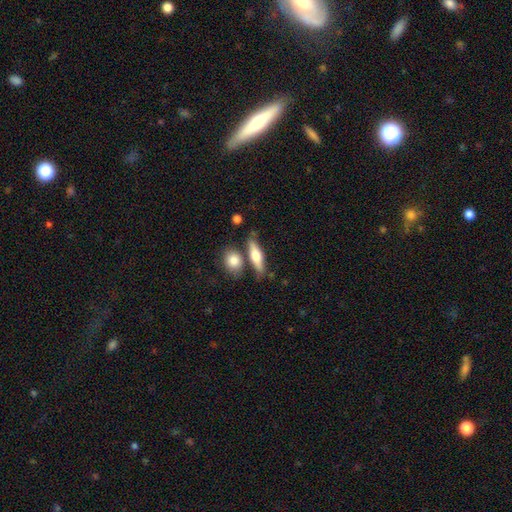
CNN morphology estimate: This appears to be a smooth galaxy with no disk features (56%) that is cigar-shaped (57%). Merging: none (68%).